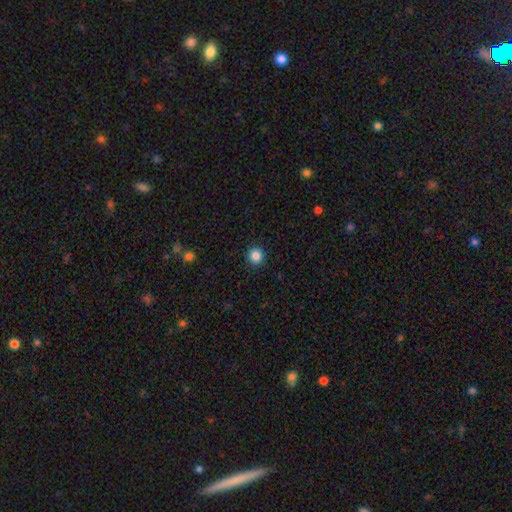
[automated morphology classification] Q: Smooth or featured?
A: smooth (85%); runner-up: star or artifact (11%)
Q: How rounded?
A: round (94%); runner-up: in between (5%)
Q: Merging?
A: none (92%); runner-up: minor disturbance (5%)